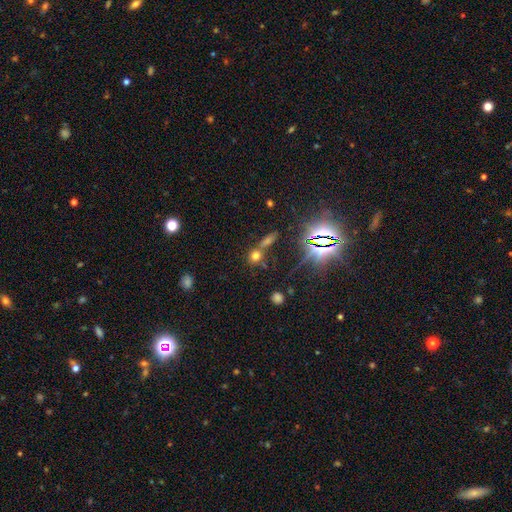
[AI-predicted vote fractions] Overall: smooth (60%; star or artifact 30%). How rounded: round (75%). Merging: none (56%; merger 31%).